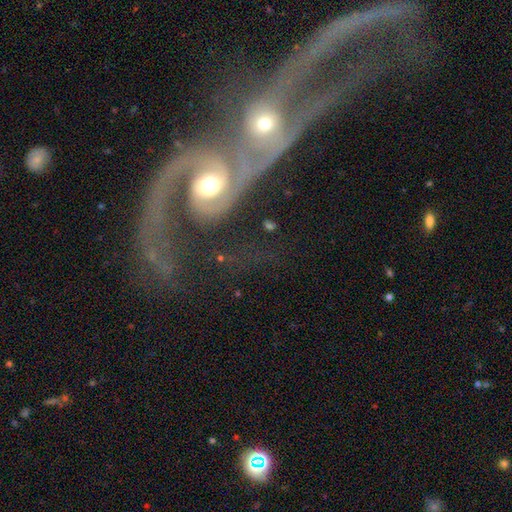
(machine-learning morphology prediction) This appears to be a featured or disk galaxy (86%) with no bar (62%), 2 (76%) medium (43%) spiral arms (93%) and a moderate central bulge (65%). Merging: merger (69%).